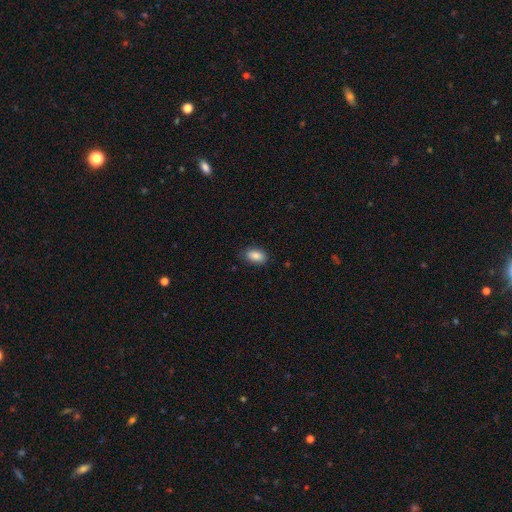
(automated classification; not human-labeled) A smooth galaxy with no disk features (87%) that is in between round and cigar-shaped (91%). Merging: none (83%).